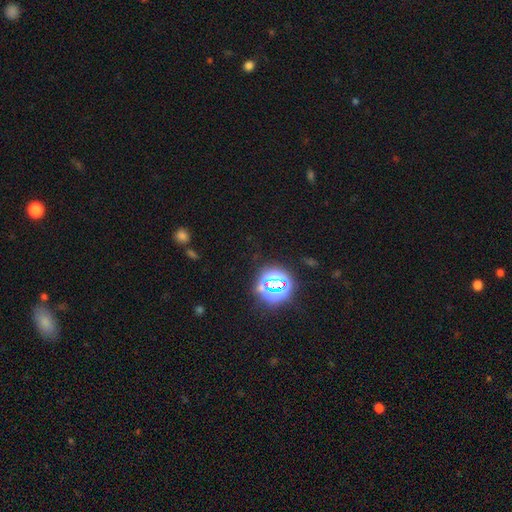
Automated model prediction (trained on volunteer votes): Overall: star or artifact (78%).